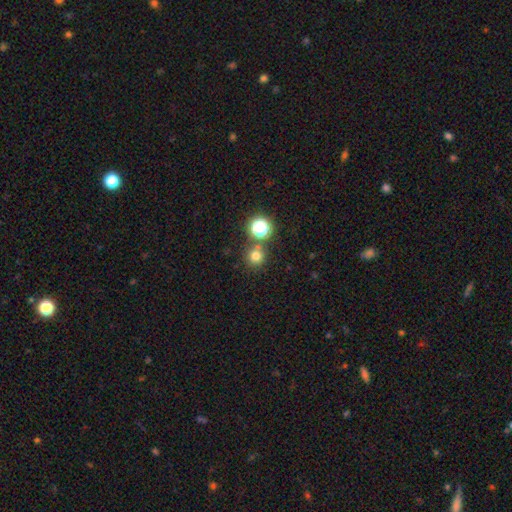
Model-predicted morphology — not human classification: smooth-or-featured: smooth: 72% | star or artifact: 21% | featured or disk: 7%
  how-rounded: round: 93% | in between: 6% | cigar-shaped: 1%
  merging: none: 76% | merger: 14% | minor disturbance: 7% | major disturbance: 3%